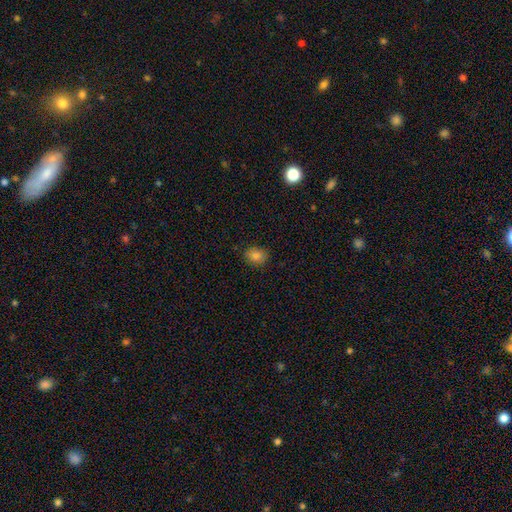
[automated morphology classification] Smooth or featured?
  - smooth: 82% *
  - star or artifact: 11%
  - featured or disk: 7%
How rounded?
  - in between: 52% *
  - round: 47%
  - cigar-shaped: 1%
Merging?
  - none: 87% *
  - minor disturbance: 10%
  - major disturbance: 2%
  - merger: 1%